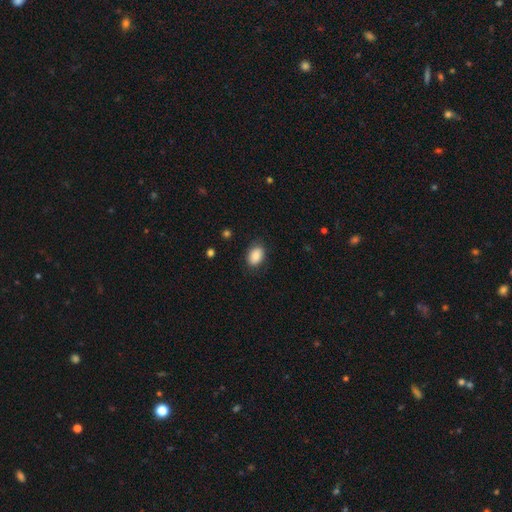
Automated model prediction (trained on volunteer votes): Q: Smooth or featured?
A: smooth (88%); runner-up: star or artifact (7%)
Q: How rounded?
A: in between (83%); runner-up: round (16%)
Q: Merging?
A: none (84%); runner-up: minor disturbance (12%)